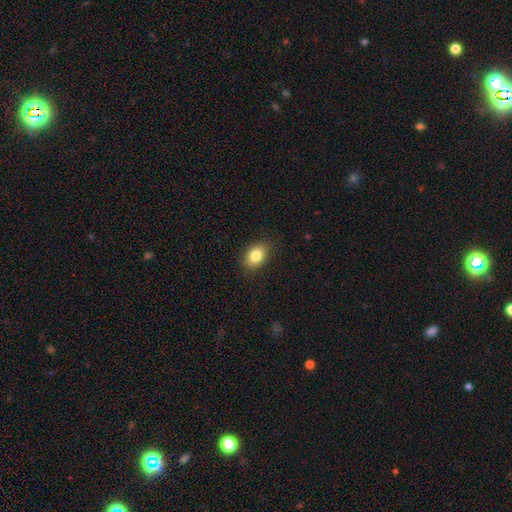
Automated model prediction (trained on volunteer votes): A smooth galaxy with no disk features (84%) that is in between round and cigar-shaped (80%). Merging: none (87%).